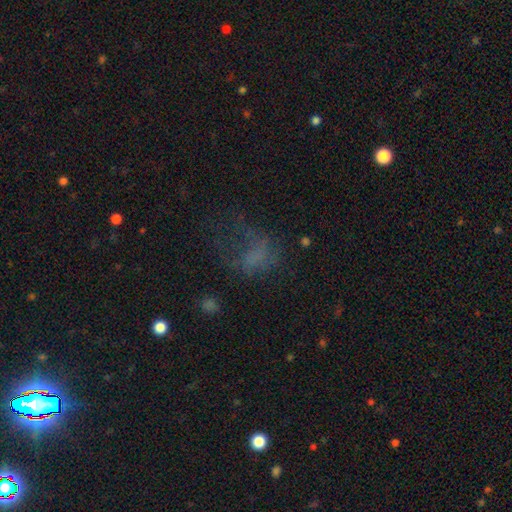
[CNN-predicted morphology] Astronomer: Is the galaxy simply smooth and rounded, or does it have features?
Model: smooth — 43% (runner-up: featured or disk, 31%).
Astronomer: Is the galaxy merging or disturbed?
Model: major disturbance — 46% (runner-up: none, 34%).